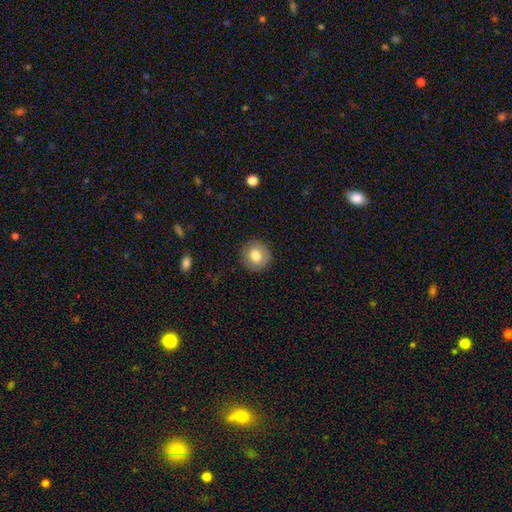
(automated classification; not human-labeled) Smooth or featured? Predicted: smooth (p=0.78). How rounded? Predicted: round (p=0.91). Merging? Predicted: none (p=0.89).